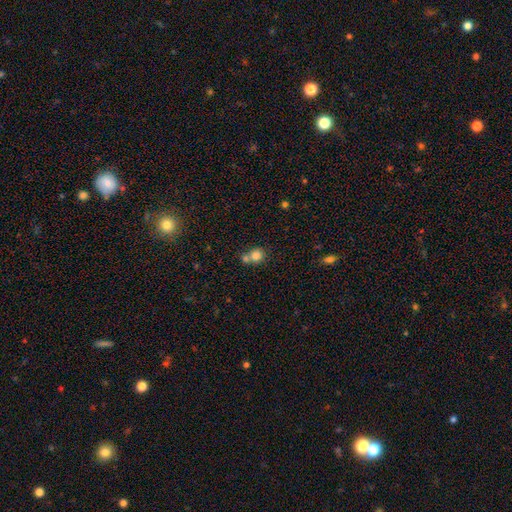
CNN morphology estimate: The model was most divided on "merging": merger: 45%, none: 43%, minor disturbance: 8%, major disturbance: 3%. More confident: how rounded — round (81%); smooth or featured — smooth (81%).